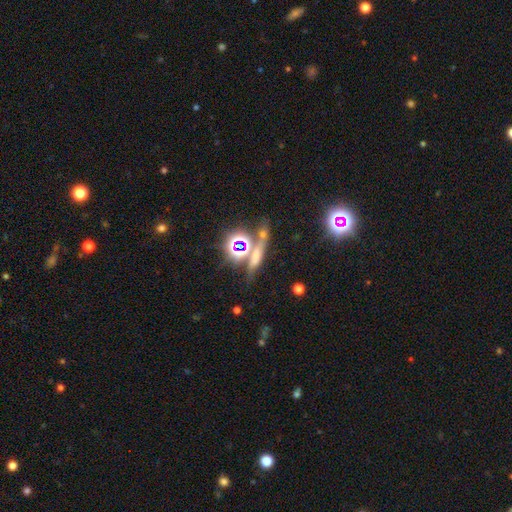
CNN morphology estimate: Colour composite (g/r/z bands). It shows a smooth galaxy with no disk features (43%). Merging: none (61%).